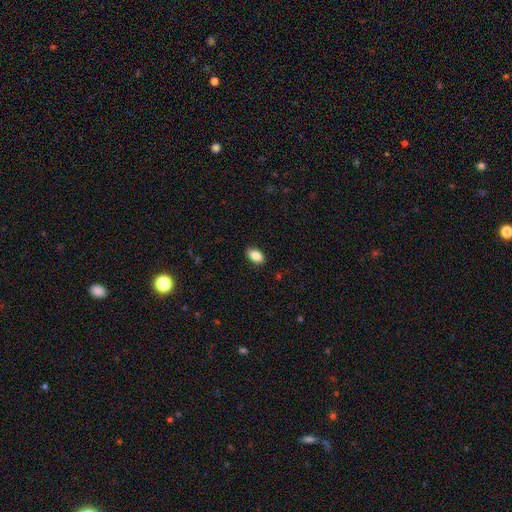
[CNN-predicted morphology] Smooth or featured? Predicted: smooth (p=0.87). How rounded? Predicted: in between (p=0.91). Merging? Predicted: none (p=0.89).